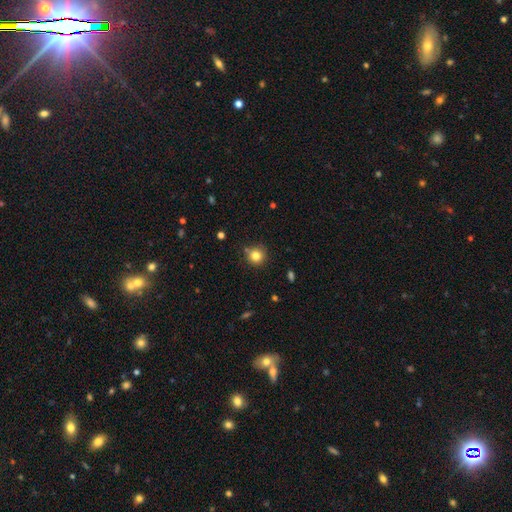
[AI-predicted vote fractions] A smooth galaxy with no disk features (82%) that is round (92%).

Vote fractions:
- Smooth or featured? smooth: 82% / star or artifact: 12% / featured or disk: 7%
- How rounded? round: 92% / in between: 7% / cigar-shaped: 1%
- Merging? none: 79% / minor disturbance: 12% / merger: 5% / major disturbance: 3%